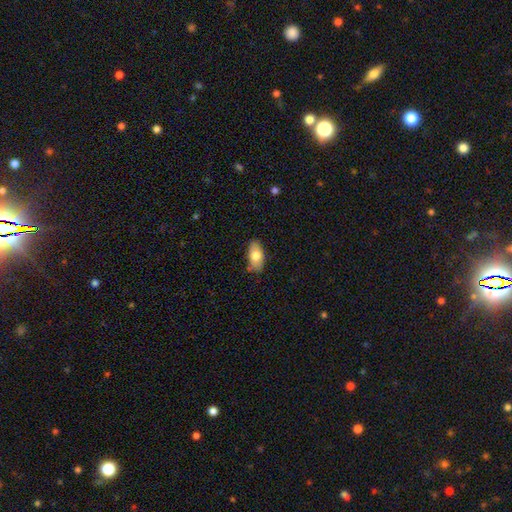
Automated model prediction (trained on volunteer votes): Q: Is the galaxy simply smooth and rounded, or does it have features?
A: smooth — 75%.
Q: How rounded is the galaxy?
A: in between — 91%.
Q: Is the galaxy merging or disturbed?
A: none — 79%.